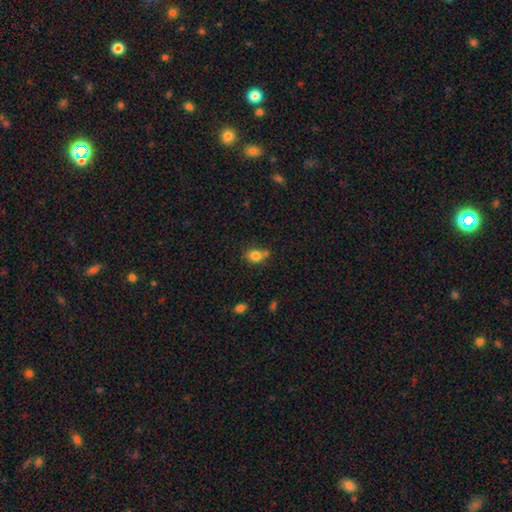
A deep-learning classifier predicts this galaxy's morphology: smooth 82%, star or artifact 11%, featured or disk 8%. Down the decision tree: how rounded — in between (55%); merging — none (59%).